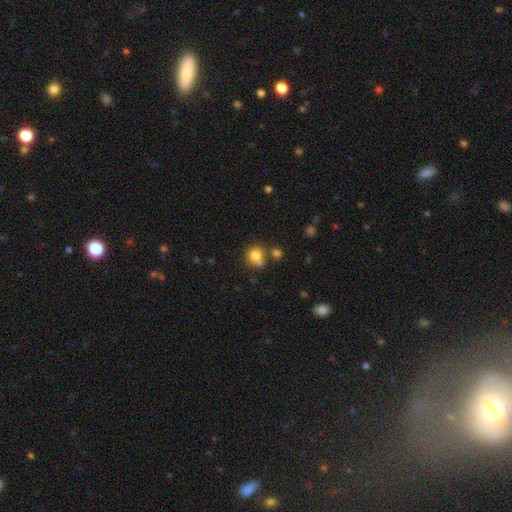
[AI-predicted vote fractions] Smooth or featured? Predicted: smooth (p=0.78). How rounded? Predicted: round (p=0.84). Merging? Predicted: none (p=0.57).